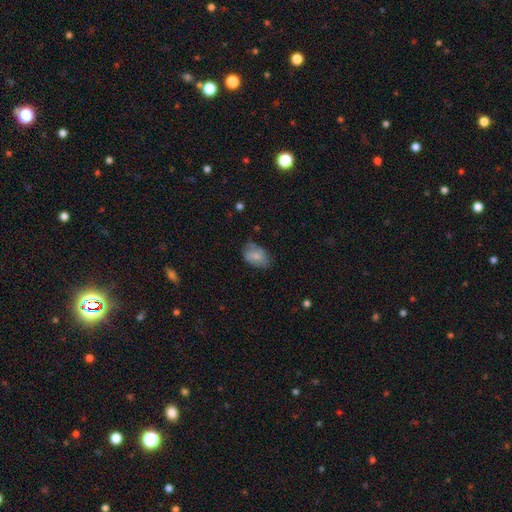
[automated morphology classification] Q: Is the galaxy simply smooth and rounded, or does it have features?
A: smooth — 73%.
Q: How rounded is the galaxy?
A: in between — 87%.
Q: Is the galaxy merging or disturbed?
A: none — 60%.